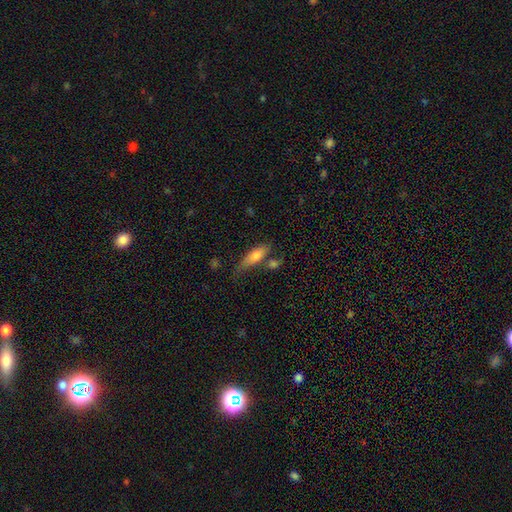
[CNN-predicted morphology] This is likely a smooth galaxy (71%). How rounded: possibly in between (52%). Merging: possibly none (53%).